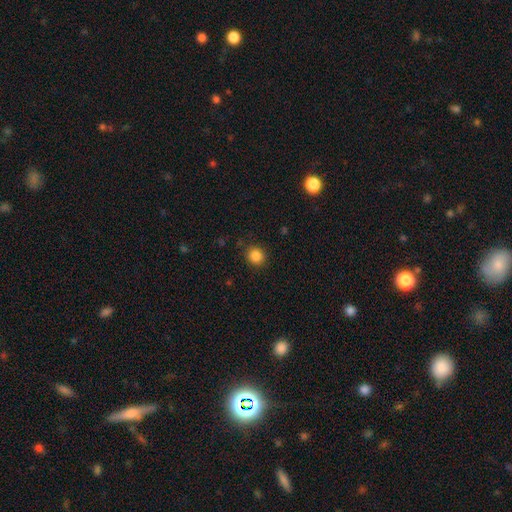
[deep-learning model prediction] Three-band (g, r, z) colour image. It shows a smooth galaxy with no disk features (86%) that is round (88%). Merging: none (88%).